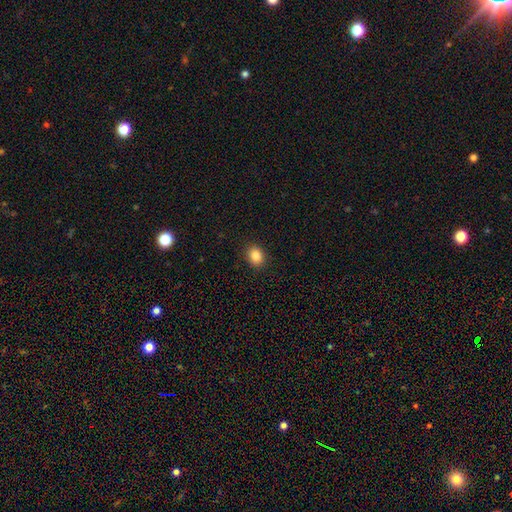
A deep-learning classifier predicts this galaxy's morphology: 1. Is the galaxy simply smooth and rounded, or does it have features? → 86% smooth, 10% star or artifact, 4% featured or disk.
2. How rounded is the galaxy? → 50% round, 49% in between, 1% cigar-shaped.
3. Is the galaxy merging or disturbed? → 90% none, 7% minor disturbance, 2% major disturbance, 1% merger.